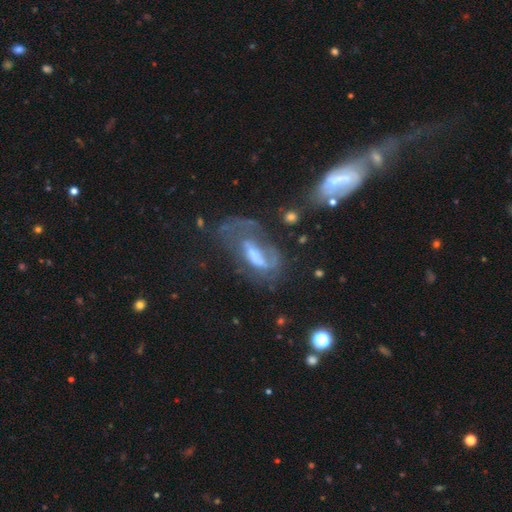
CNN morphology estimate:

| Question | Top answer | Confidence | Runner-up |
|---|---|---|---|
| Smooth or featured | featured or disk | 64% | smooth (24%) |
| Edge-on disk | no | 91% | yes (9%) |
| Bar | no | 43% | weak (35%) |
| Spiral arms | yes | 62% | no (38%) |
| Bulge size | moderate | 35% | small (23%) |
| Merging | major disturbance | 40% | none (31%) |